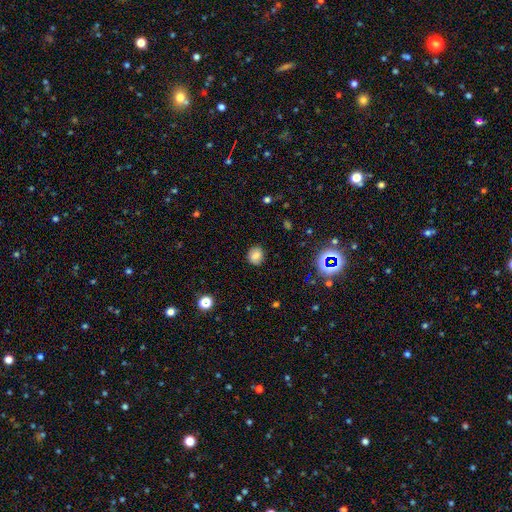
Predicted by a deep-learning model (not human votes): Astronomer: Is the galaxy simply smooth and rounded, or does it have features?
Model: smooth — 76%.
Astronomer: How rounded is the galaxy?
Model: round — 76%.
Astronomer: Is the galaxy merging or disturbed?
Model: none — 87%.